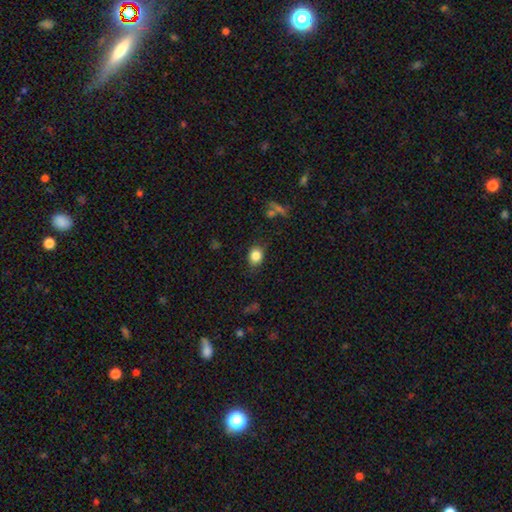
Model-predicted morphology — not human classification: smooth 84%, star or artifact 10%, featured or disk 6%. Down the decision tree: how rounded — round (53%); merging — none (81%).